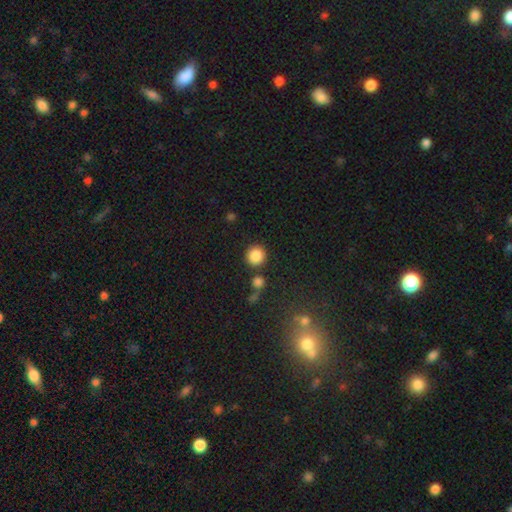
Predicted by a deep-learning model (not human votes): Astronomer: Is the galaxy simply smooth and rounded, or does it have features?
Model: smooth — 85%.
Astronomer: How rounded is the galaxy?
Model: round — 93%.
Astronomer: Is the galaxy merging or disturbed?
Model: none — 83%.